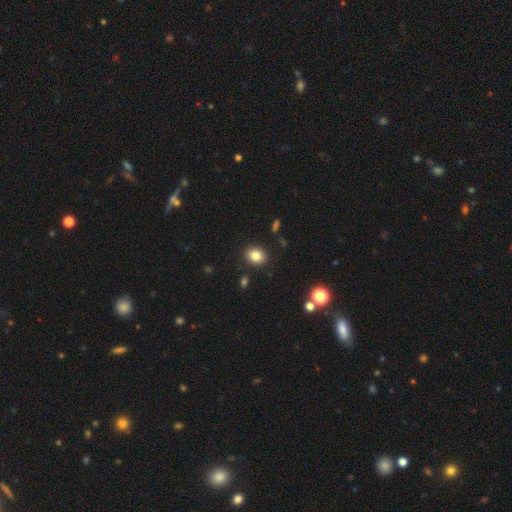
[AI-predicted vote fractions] smooth 83%, star or artifact 10%, featured or disk 6%. Down the decision tree: how rounded — round (58%); merging — none (89%).